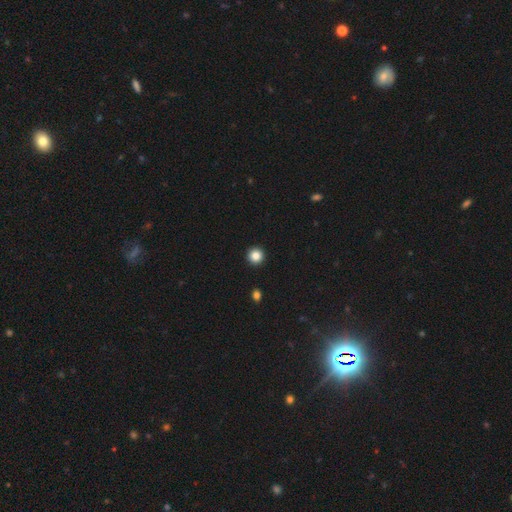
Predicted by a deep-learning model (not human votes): Smooth or featured? smooth (85%)
How rounded? round (96%)
Merging? none (94%)